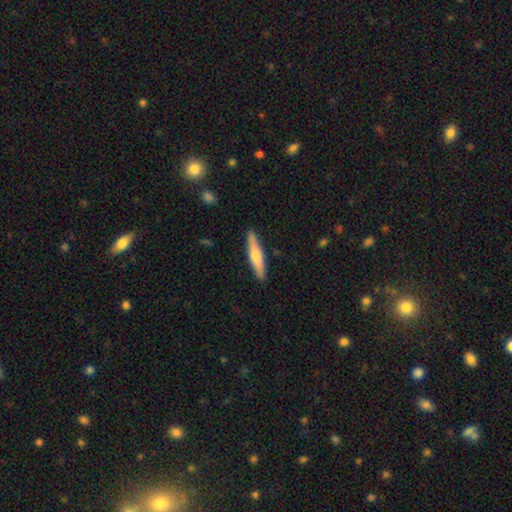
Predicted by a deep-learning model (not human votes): smooth-or-featured: smooth: 54% | featured or disk: 41% | star or artifact: 5%
  how-rounded: cigar-shaped: 85% | in between: 14% | round: 2%
  merging: none: 90% | minor disturbance: 7% | major disturbance: 1% | merger: 1%